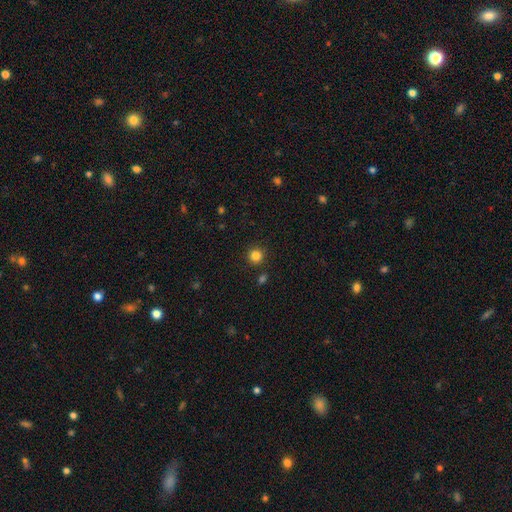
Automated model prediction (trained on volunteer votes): A smooth galaxy with no disk features (84%) that is round (94%). Merging: none (90%).